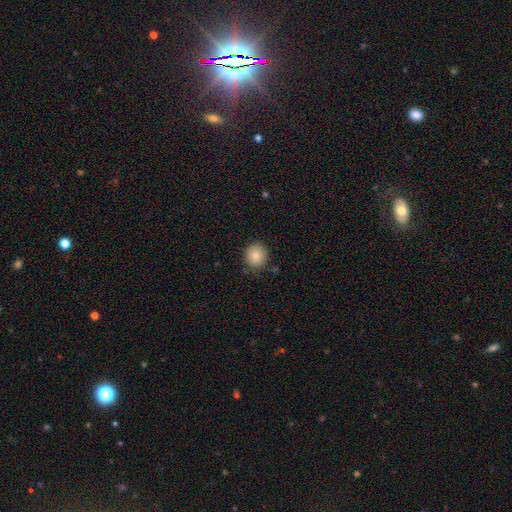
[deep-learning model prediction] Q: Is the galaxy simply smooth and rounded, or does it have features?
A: smooth — 85%.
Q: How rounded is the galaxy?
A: round — 87%.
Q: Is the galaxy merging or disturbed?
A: none — 84%.